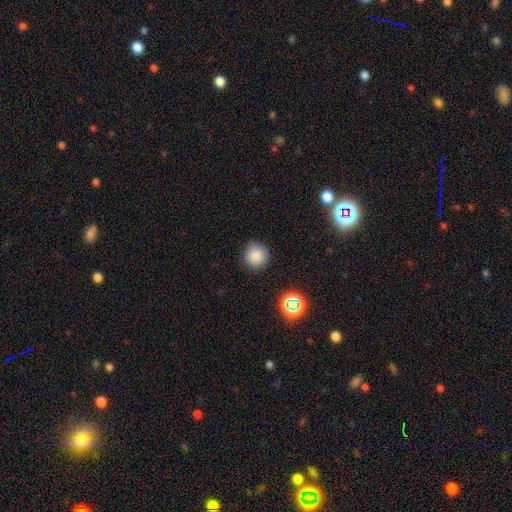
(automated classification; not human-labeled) Smooth or featured? Predicted: smooth (p=0.83). How rounded? Predicted: round (p=0.93). Merging? Predicted: none (p=0.86).